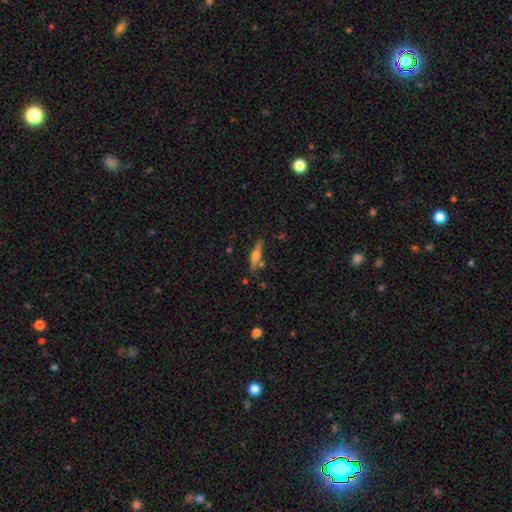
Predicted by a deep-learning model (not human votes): Morphology: type=featured or disk (57%); edge-on=yes (94%); edge-on bulge=rounded (88%); merging=none (77%).